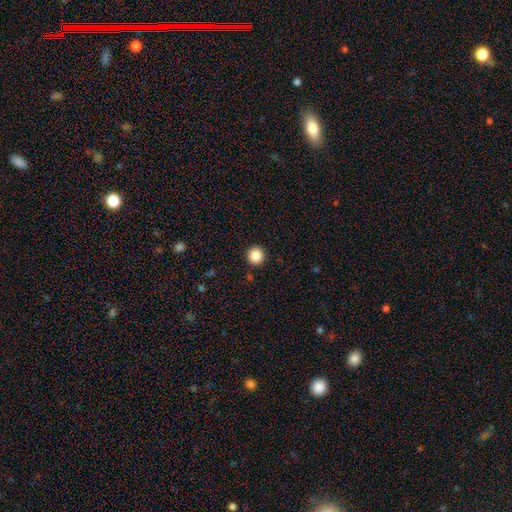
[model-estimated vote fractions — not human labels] Smooth or featured? Predicted: smooth (p=0.86). How rounded? Predicted: round (p=0.95). Merging? Predicted: none (p=0.93).